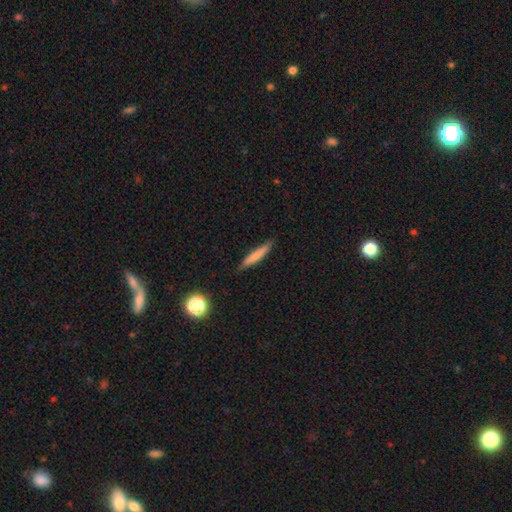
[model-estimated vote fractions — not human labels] smooth_or_featured: smooth (p=0.73) [alt: featured or disk p=0.21]
how_rounded: cigar-shaped (p=0.92) [alt: in between p=0.06]
merging: none (p=0.85) [alt: minor disturbance p=0.11]